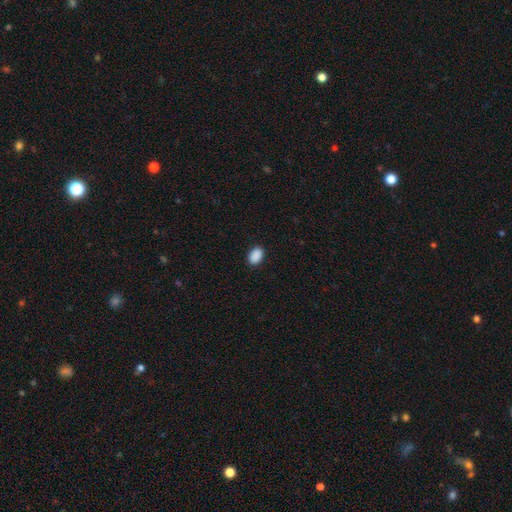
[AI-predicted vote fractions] smooth-or-featured: smooth: 91% | star or artifact: 7% | featured or disk: 2%
  how-rounded: in between: 88% | round: 10% | cigar-shaped: 1%
  merging: none: 89% | minor disturbance: 8% | major disturbance: 2% | merger: 1%